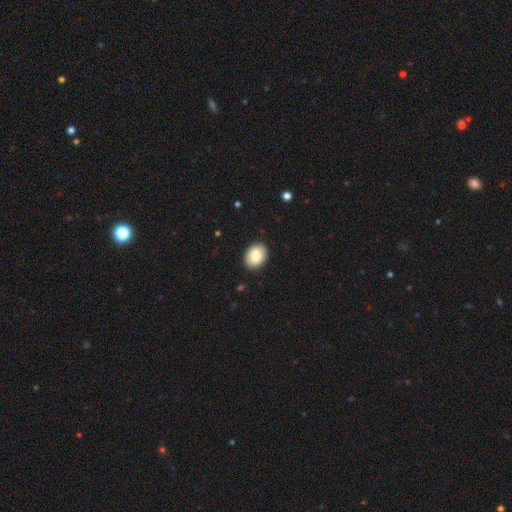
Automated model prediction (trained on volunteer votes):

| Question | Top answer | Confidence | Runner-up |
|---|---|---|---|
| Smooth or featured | smooth | 83% | featured or disk (10%) |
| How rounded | in between | 59% | round (40%) |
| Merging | none | 90% | minor disturbance (8%) |